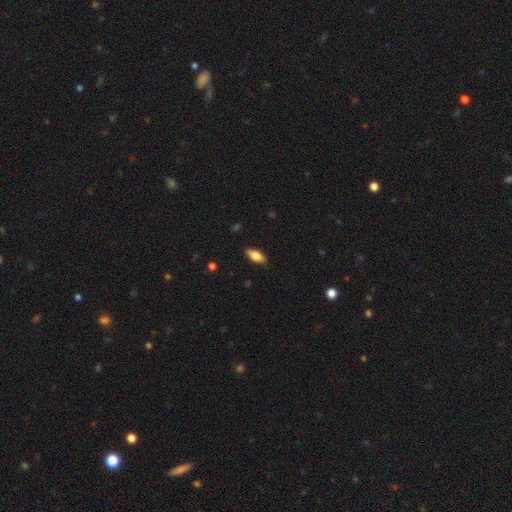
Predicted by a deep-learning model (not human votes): smooth_or_featured: smooth (p=0.73) [alt: featured or disk p=0.21]
how_rounded: in between (p=0.81) [alt: cigar-shaped p=0.16]
merging: none (p=0.87) [alt: minor disturbance p=0.10]